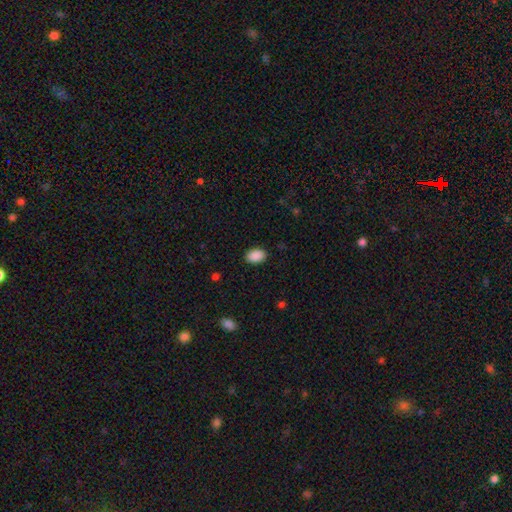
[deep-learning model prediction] Smooth or featured? smooth (90%)
How rounded? in between (85%)
Merging? none (89%)